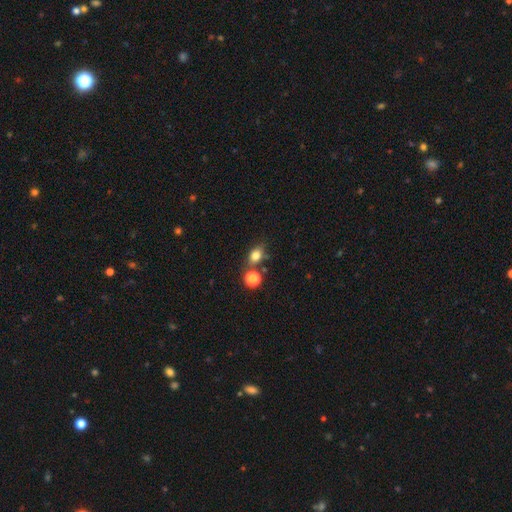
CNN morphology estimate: This is likely a smooth galaxy (77%). How rounded: possibly in between (59%). Merging: likely none (63%).